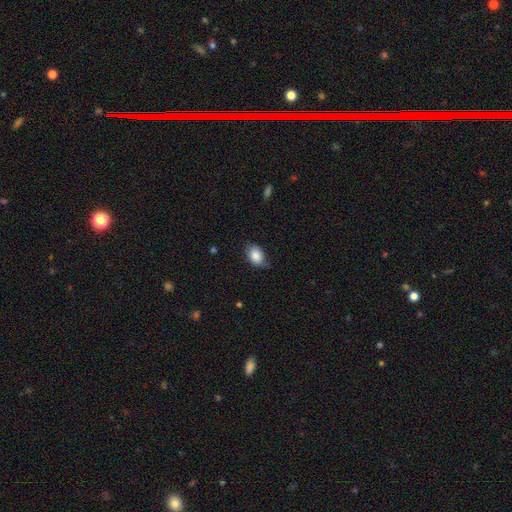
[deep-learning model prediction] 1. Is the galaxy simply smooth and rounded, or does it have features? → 85% smooth, 7% star or artifact, 7% featured or disk.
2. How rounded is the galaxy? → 80% in between, 19% round, 1% cigar-shaped.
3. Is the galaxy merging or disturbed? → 68% none, 25% minor disturbance, 5% major disturbance, 1% merger.